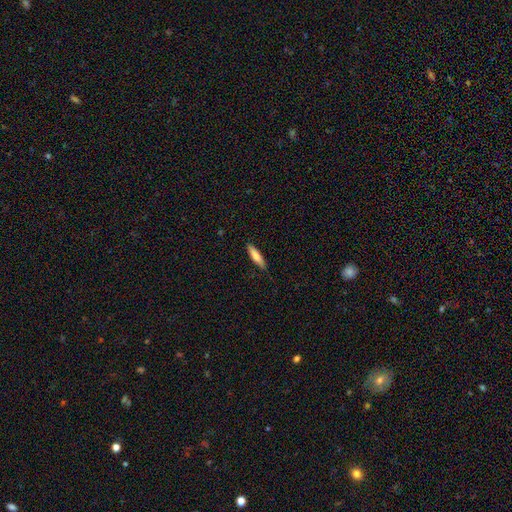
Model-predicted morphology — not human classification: A smooth galaxy with no disk features (75%) that is cigar-shaped (77%).

Vote fractions:
- Smooth or featured? smooth: 75% / featured or disk: 19% / star or artifact: 6%
- How rounded? cigar-shaped: 77% / in between: 22% / round: 1%
- Merging? none: 86% / minor disturbance: 11% / major disturbance: 2% / merger: 1%